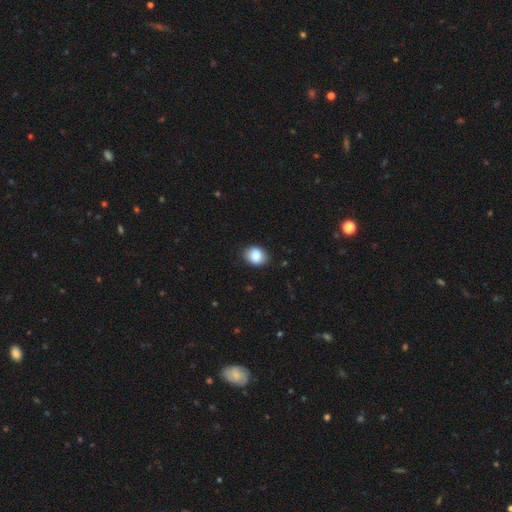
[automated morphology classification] Smooth or featured? Predicted: smooth (p=0.87). How rounded? Predicted: in between (p=0.53). Merging? Predicted: none (p=0.85).